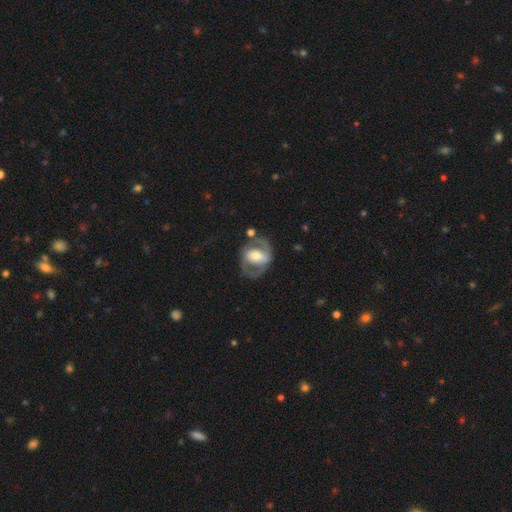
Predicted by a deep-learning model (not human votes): A featured or disk galaxy (75%) with a strong bar (38%), 2 (82%) medium (51%) spiral arms (72%) and a moderate central bulge (58%).

Vote fractions:
- Smooth or featured? featured or disk: 75% / smooth: 20% / star or artifact: 5%
- Edge-on disk? no: 96% / yes: 4%
- Bar? strong: 38% / weak: 33% / no: 29%
- Spiral arms? yes: 72% / no: 28%
- Spiral winding? medium: 51% / tight: 28% / loose: 21%
- Spiral arm count? 2: 82% / can't tell: 9% / 1: 6% / 3: 1% / 4: 1% / more than 4: 1%
- Bulge size? moderate: 58% / small: 20% / large: 19% / dominant: 2% / none: 2%
- Merging? none: 64% / minor disturbance: 17% / major disturbance: 14% / merger: 5%